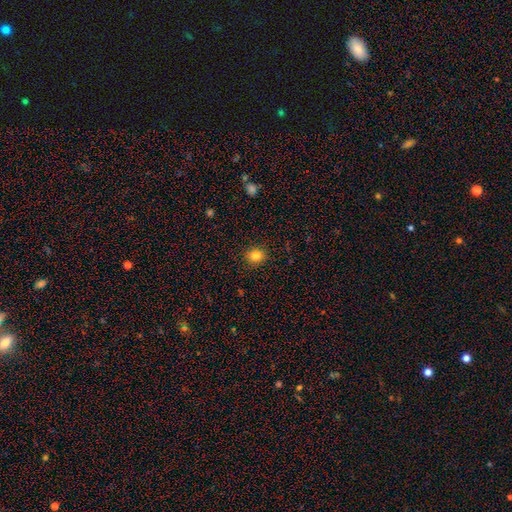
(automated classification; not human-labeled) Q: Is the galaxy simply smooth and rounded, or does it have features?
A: smooth — 82%.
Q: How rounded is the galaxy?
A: round — 80%.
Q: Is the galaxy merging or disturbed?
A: none — 90%.